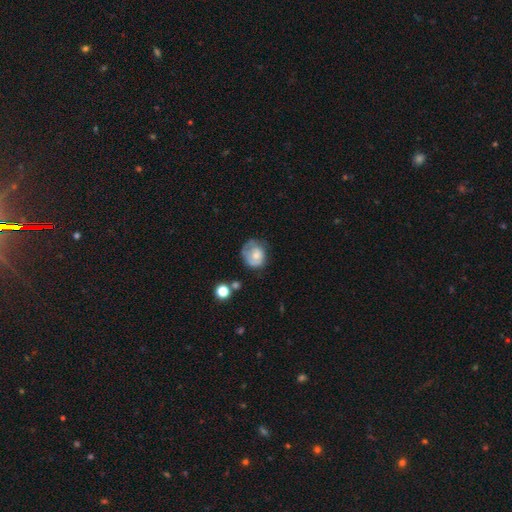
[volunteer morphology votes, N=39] Q: Smooth or featured?
A: featured or disk (56%); runner-up: smooth (41%)
Q: Edge-on disk?
A: no (95%); runner-up: yes (5%)
Q: Bar?
A: no (86%); runner-up: weak (14%)
Q: Spiral arms?
A: no (62%); runner-up: yes (38%)
Q: Bulge size?
A: moderate (62%); runner-up: small (14%)
Q: Merging?
A: none (45%); runner-up: minor disturbance (32%)